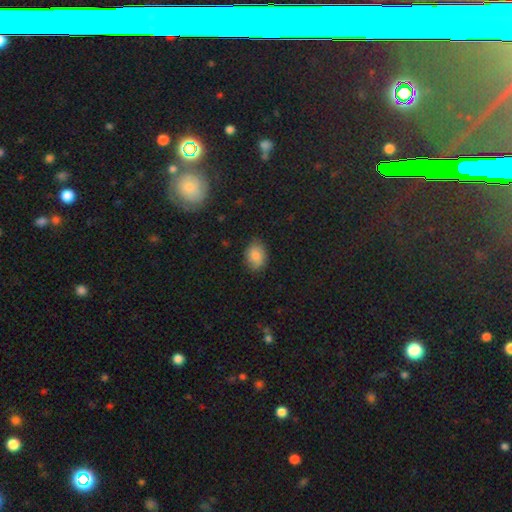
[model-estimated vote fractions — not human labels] This appears to be a smooth galaxy with no disk features (84%) that is in between round and cigar-shaped (72%). Merging: none (79%).